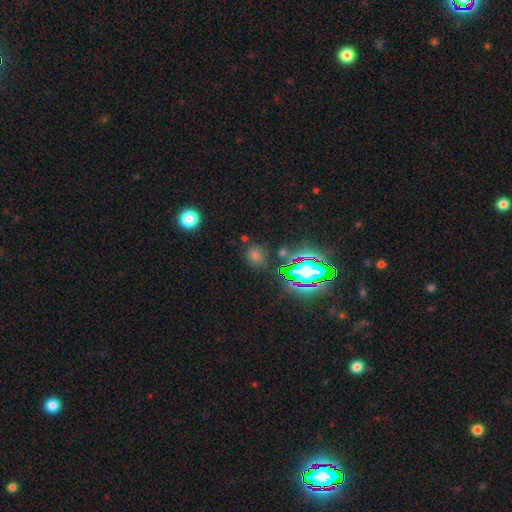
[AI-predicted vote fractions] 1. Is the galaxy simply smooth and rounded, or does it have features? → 47% smooth, 44% star or artifact, 9% featured or disk.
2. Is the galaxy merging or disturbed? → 82% none, 10% minor disturbance, 5% merger, 4% major disturbance.